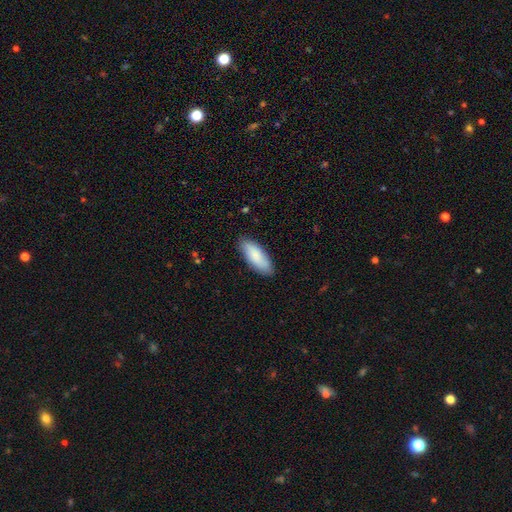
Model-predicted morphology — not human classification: smooth_or_featured: smooth (p=0.83) [alt: featured or disk p=0.12]
how_rounded: in between (p=0.75) [alt: cigar-shaped p=0.23]
merging: none (p=0.85) [alt: minor disturbance p=0.12]